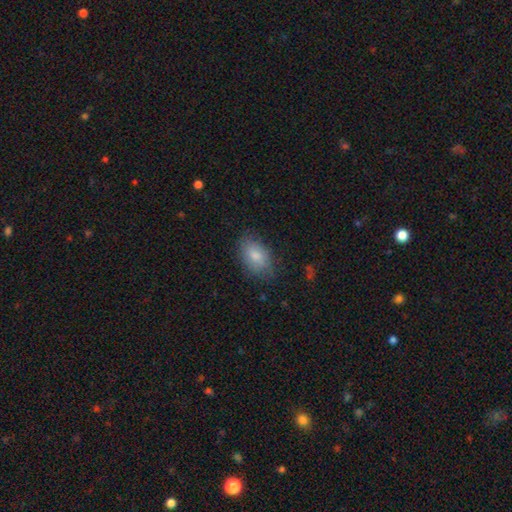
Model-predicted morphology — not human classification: smooth-or-featured: smooth: 78% | featured or disk: 15% | star or artifact: 7%
  how-rounded: in between: 91% | round: 7% | cigar-shaped: 2%
  merging: none: 74% | minor disturbance: 20% | major disturbance: 5% | merger: 1%